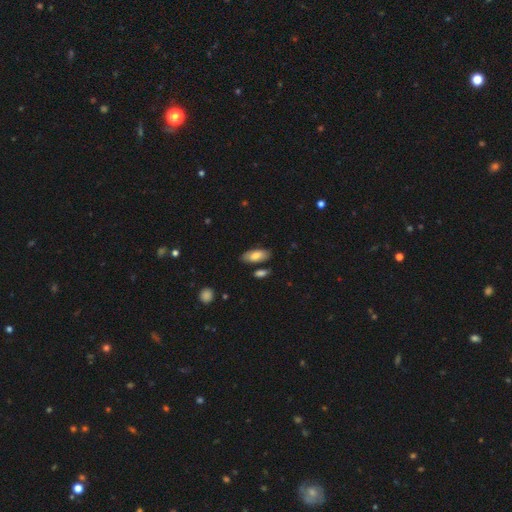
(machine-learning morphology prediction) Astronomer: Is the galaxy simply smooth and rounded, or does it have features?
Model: smooth — 76%.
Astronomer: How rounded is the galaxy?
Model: in between — 86%.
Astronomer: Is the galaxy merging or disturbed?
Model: none — 78%.